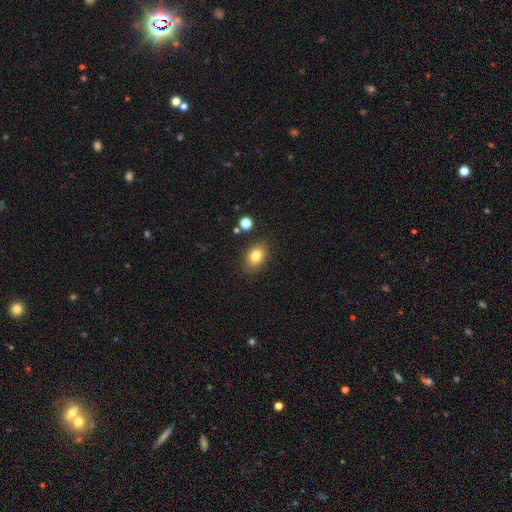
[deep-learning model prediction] This is clearly a smooth galaxy (81%). How rounded: likely in between (70%). Merging: clearly none (84%).